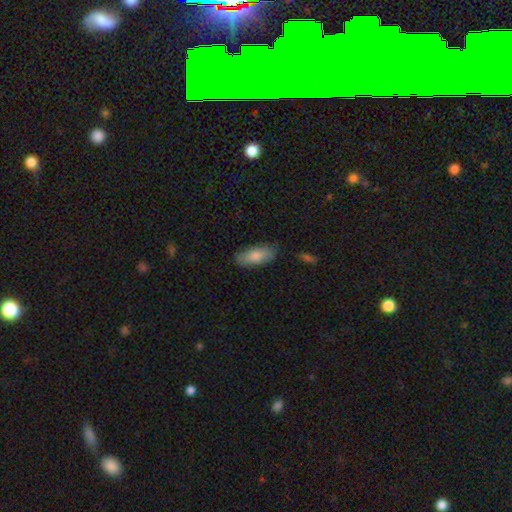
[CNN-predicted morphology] Smooth or featured?
  - smooth: 80% *
  - featured or disk: 13%
  - star or artifact: 6%
How rounded?
  - in between: 75% *
  - cigar-shaped: 22%
  - round: 2%
Merging?
  - none: 84% *
  - minor disturbance: 13%
  - major disturbance: 2%
  - merger: 1%